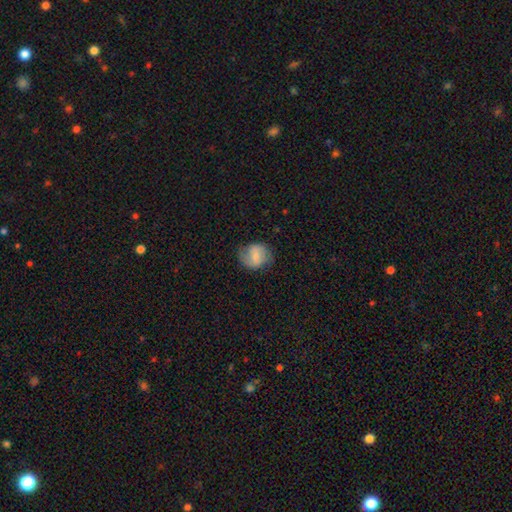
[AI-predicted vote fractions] Smooth or featured?
  - smooth: 55% *
  - featured or disk: 38%
  - star or artifact: 8%
How rounded?
  - round: 63% *
  - in between: 36%
  - cigar-shaped: 1%
Merging?
  - none: 65% *
  - minor disturbance: 23%
  - major disturbance: 10%
  - merger: 1%